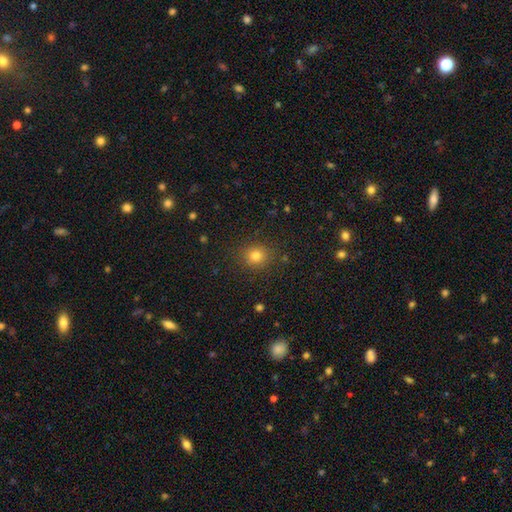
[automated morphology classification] Smooth or featured? smooth (79%)
How rounded? round (79%)
Merging? none (88%)